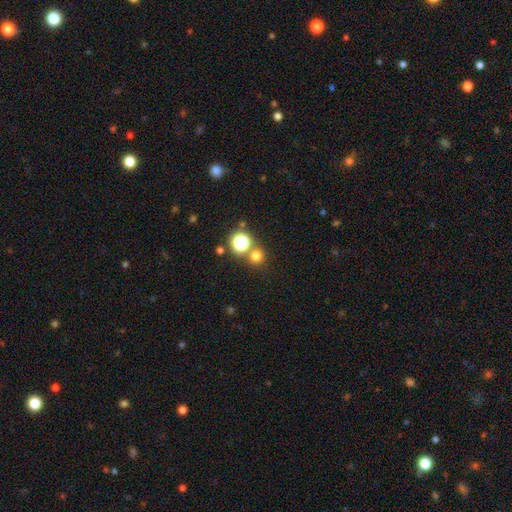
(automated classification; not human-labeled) The model was most divided on "smooth or featured": smooth: 71%, star or artifact: 23%, featured or disk: 6%. More confident: how rounded — round (91%); merging — none (72%).